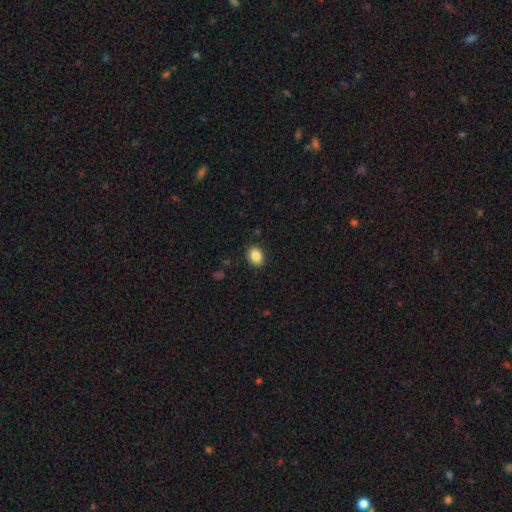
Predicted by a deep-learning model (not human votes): A smooth galaxy with no disk features (87%) that is in between round and cigar-shaped (60%). Merging: none (89%).